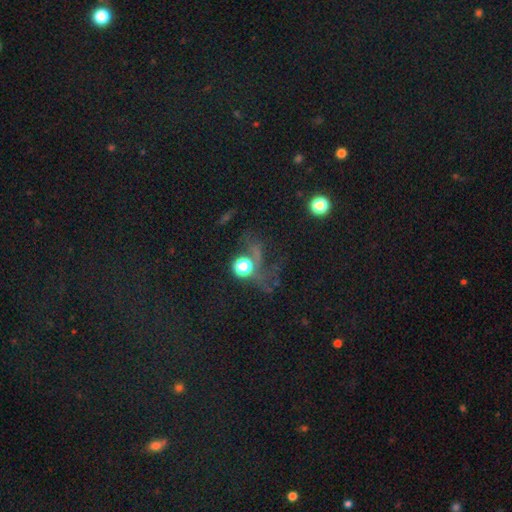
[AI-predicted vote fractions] This is marginally a star or artifact rather than a galaxy (44%).